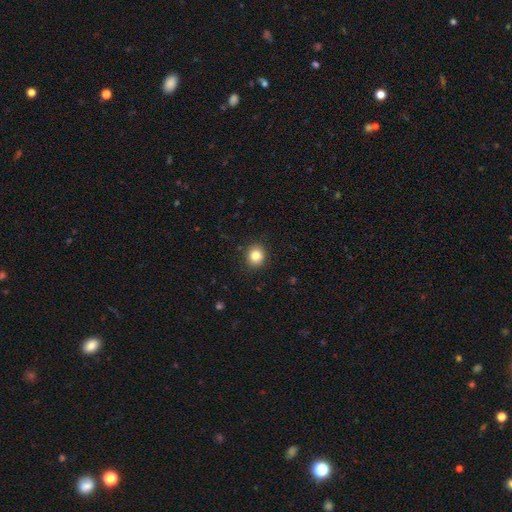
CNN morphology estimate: Smooth or featured? Predicted: smooth (p=0.83). How rounded? Predicted: round (p=0.78). Merging? Predicted: none (p=0.90).